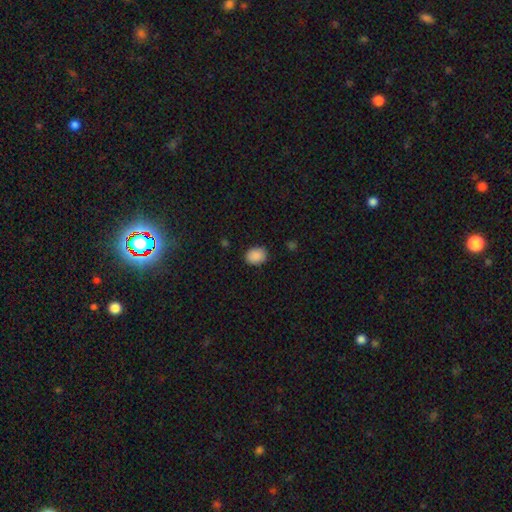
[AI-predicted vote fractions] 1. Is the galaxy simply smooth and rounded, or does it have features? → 89% smooth, 8% star or artifact, 3% featured or disk.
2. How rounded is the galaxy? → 55% in between, 44% round, 1% cigar-shaped.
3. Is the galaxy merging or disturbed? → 86% none, 10% minor disturbance, 2% major disturbance, 1% merger.